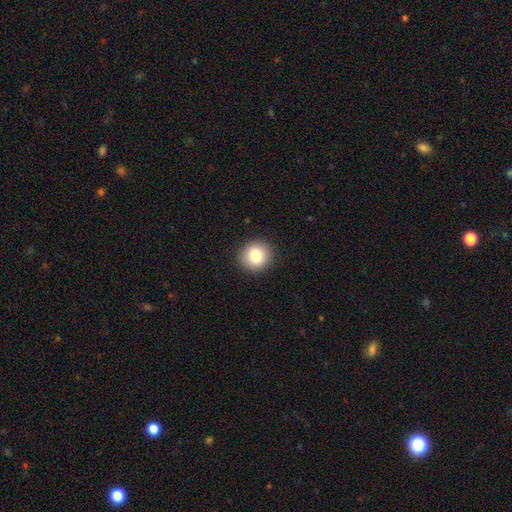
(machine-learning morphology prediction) smooth-or-featured: smooth: 81% | star or artifact: 10% | featured or disk: 9%
  how-rounded: round: 91% | in between: 8% | cigar-shaped: 1%
  merging: none: 92% | minor disturbance: 6% | major disturbance: 2% | merger: 1%